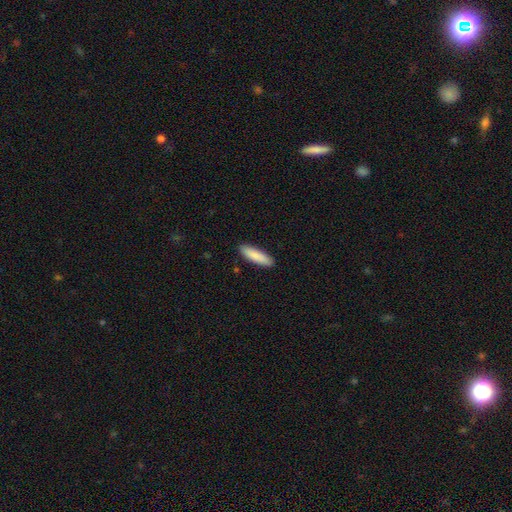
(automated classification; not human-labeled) Smooth or featured? Predicted: smooth (p=0.87). How rounded? Predicted: cigar-shaped (p=0.65). Merging? Predicted: none (p=0.90).